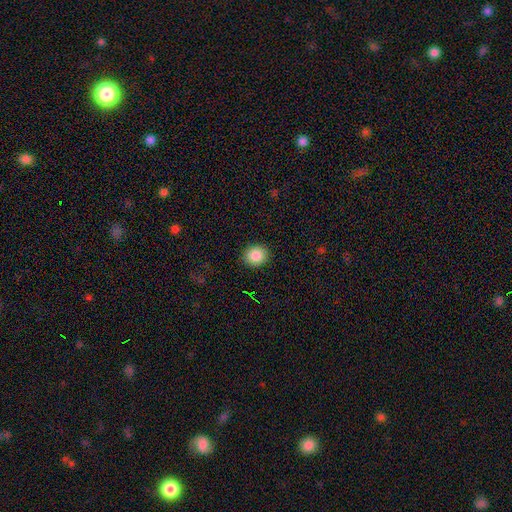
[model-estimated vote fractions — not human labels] Morphology: type=smooth (86%); roundness=round (72%); merging=none (90%).